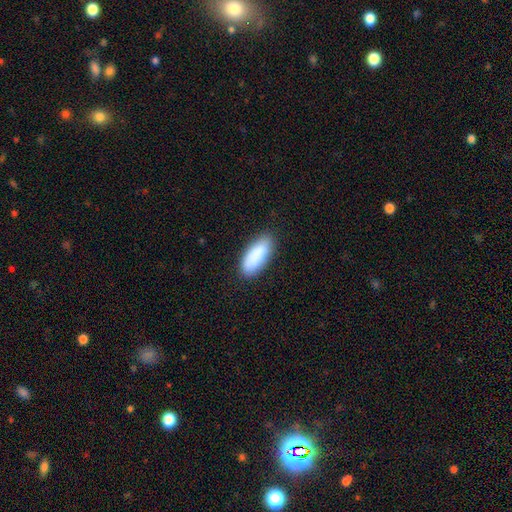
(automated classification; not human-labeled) Smooth or featured? Predicted: smooth (p=0.88). How rounded? Predicted: in between (p=0.80). Merging? Predicted: none (p=0.86).